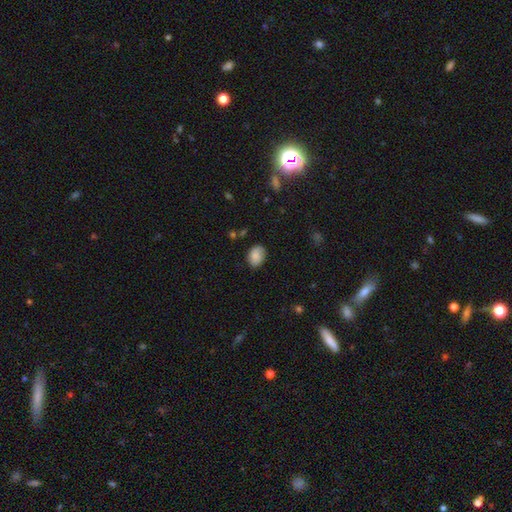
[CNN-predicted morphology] Smooth or featured?
  - smooth: 75% *
  - featured or disk: 16%
  - star or artifact: 8%
How rounded?
  - in between: 68% *
  - round: 31%
  - cigar-shaped: 1%
Merging?
  - none: 76% *
  - minor disturbance: 18%
  - major disturbance: 4%
  - merger: 2%